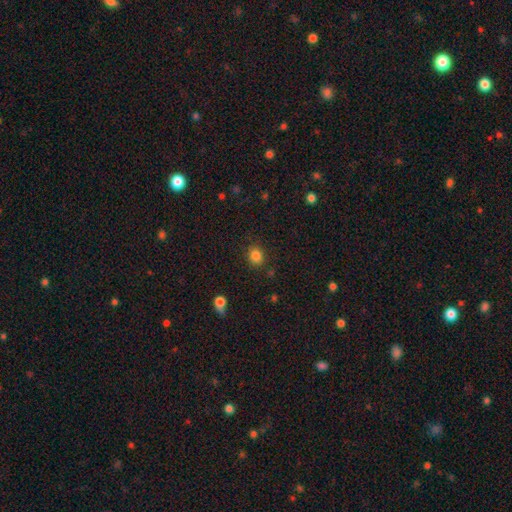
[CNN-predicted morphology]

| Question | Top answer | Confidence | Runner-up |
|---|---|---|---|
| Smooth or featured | smooth | 83% | star or artifact (12%) |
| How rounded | round | 62% | in between (37%) |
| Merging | none | 84% | minor disturbance (10%) |